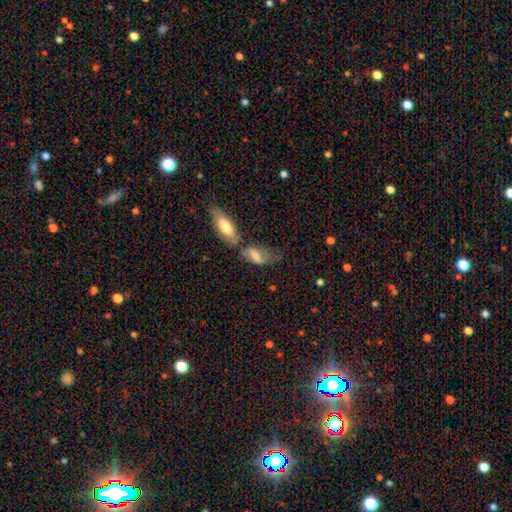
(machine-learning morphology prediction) smooth-or-featured: smooth: 50% | featured or disk: 41% | star or artifact: 9%
  how-rounded: in between: 82% | cigar-shaped: 13% | round: 5%
  merging: none: 40% | merger: 25% | minor disturbance: 23% | major disturbance: 13%